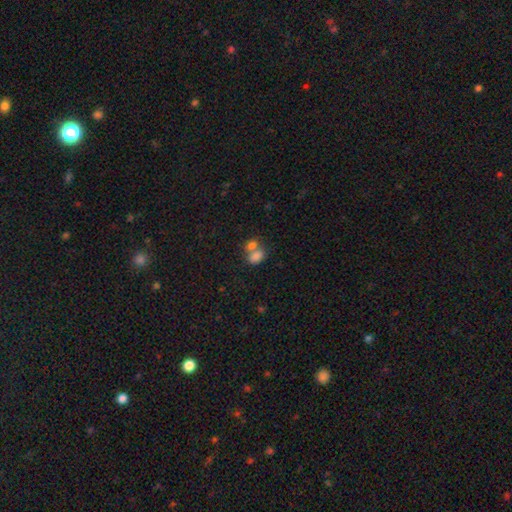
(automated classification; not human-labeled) A smooth galaxy with no disk features (80%) that is in between round and cigar-shaped (77%). Merging: merger (59%).